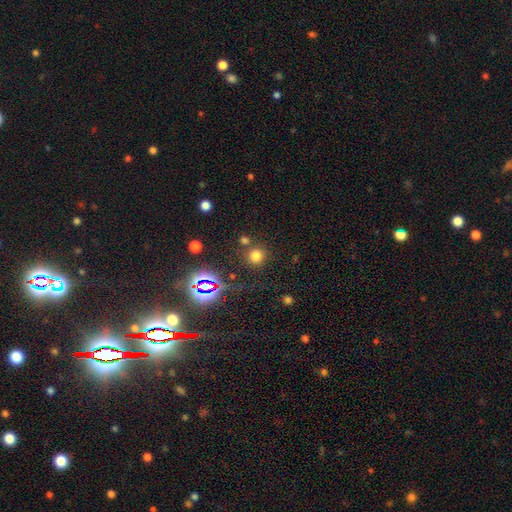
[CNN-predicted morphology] smooth 71%, star or artifact 23%, featured or disk 6%. Down the decision tree: how rounded — round (91%); merging — none (77%).